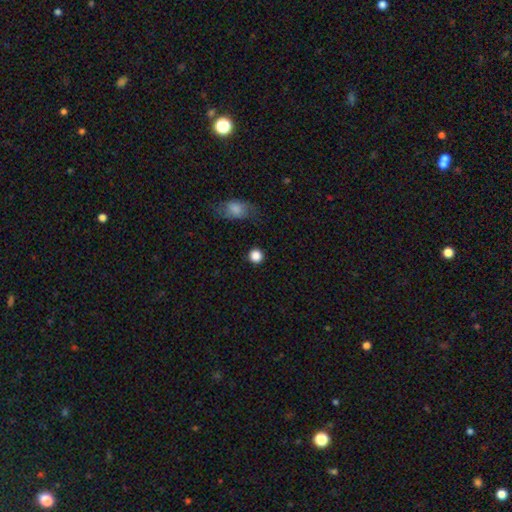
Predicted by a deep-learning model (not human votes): This is clearly a smooth galaxy (86%). How rounded: clearly round (92%). Merging: clearly none (88%).